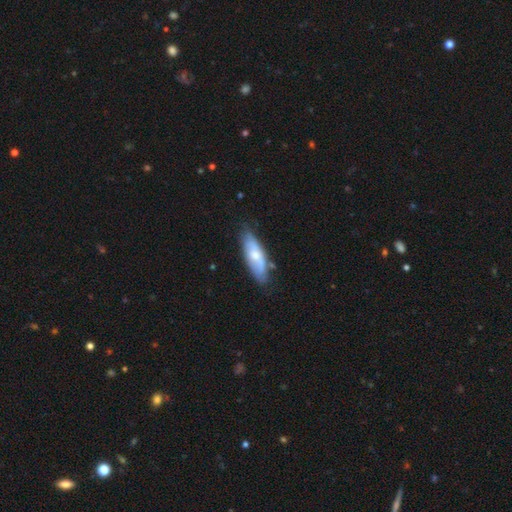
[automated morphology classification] This is possibly a smooth galaxy (53%). How rounded: likely in between (65%). Merging: likely none (63%).